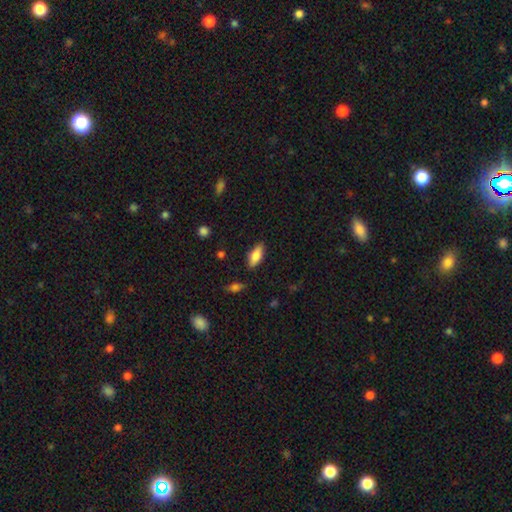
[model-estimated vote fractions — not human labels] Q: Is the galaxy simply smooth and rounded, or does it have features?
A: smooth — 80%.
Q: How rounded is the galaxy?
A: in between — 81%.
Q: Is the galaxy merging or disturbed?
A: none — 84%.